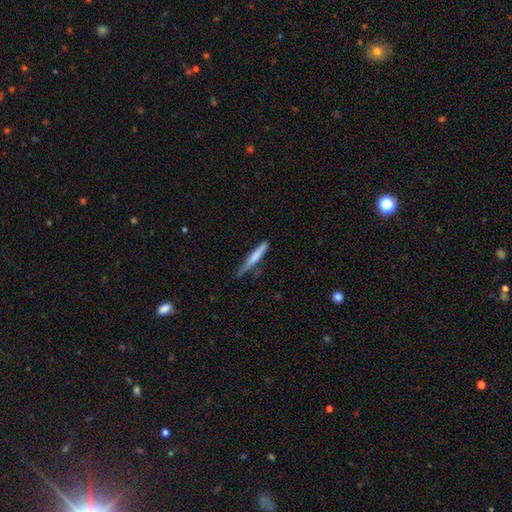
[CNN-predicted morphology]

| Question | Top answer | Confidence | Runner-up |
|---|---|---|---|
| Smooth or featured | smooth | 67% | featured or disk (27%) |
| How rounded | cigar-shaped | 93% | in between (5%) |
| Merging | none | 62% | minor disturbance (28%) |